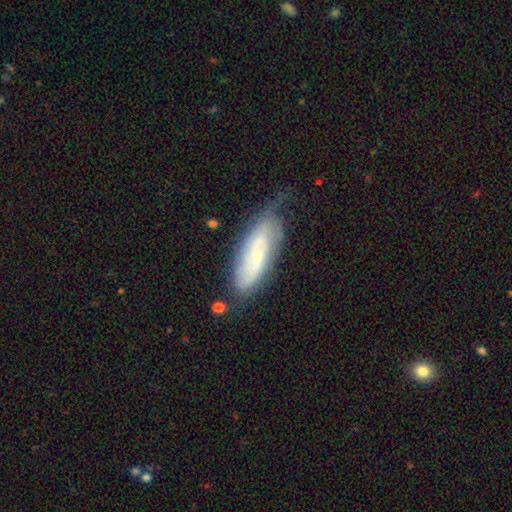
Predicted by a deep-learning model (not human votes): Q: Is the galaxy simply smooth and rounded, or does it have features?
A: featured or disk — 55%.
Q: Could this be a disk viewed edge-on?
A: no — 82%.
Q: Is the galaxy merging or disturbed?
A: none — 54%.